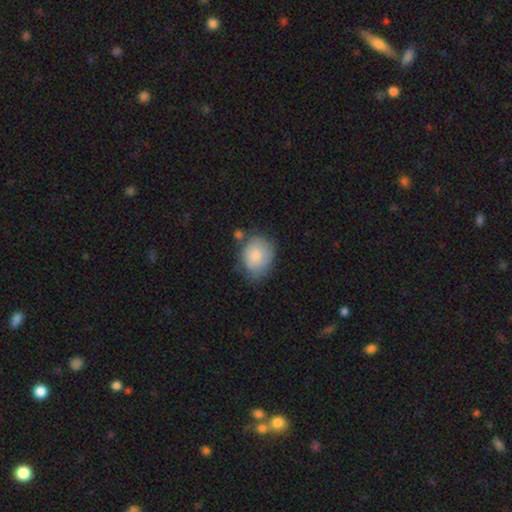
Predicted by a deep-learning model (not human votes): Smooth or featured? smooth (79%)
How rounded? in between (50%)
Merging? none (60%)